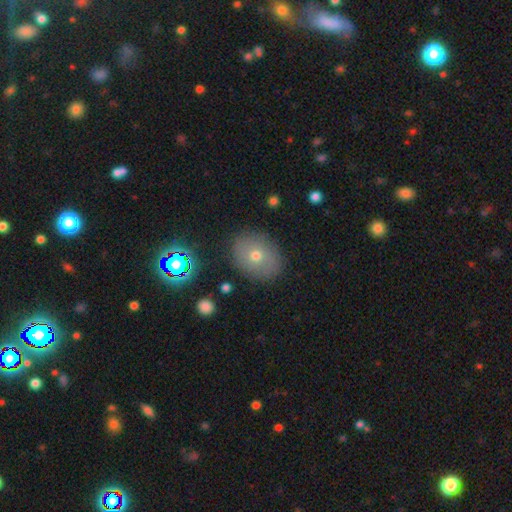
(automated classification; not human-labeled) This appears to be a smooth galaxy with no disk features (64%) that is in between round and cigar-shaped (53%). Merging: none (84%).